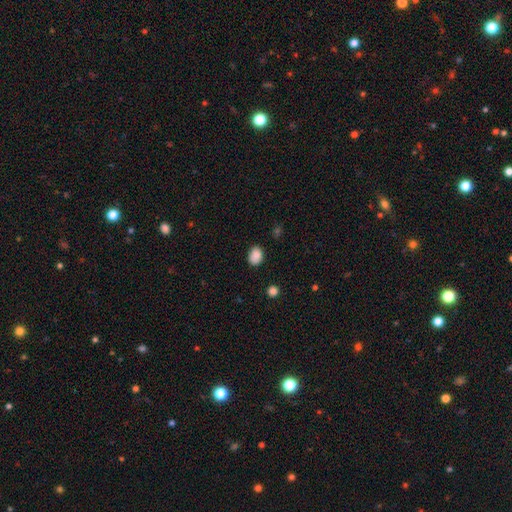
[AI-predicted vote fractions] Smooth or featured: smooth — 86% (star or artifact — 9%)
How rounded: in between — 68% (round — 31%)
Merging: none — 77% (minor disturbance — 18%)